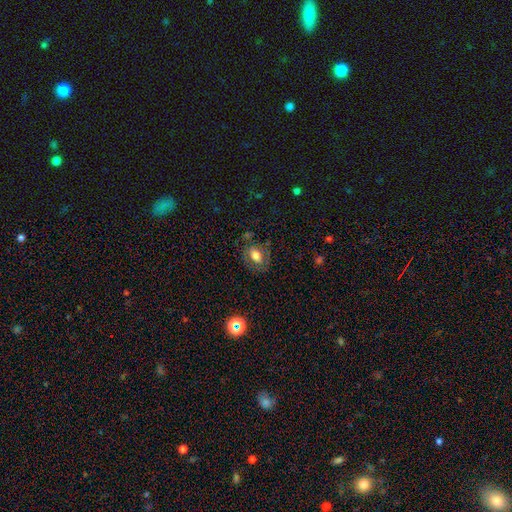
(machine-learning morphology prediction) A smooth galaxy with no disk features (64%) that is in between round and cigar-shaped (73%). Merging: none (73%).